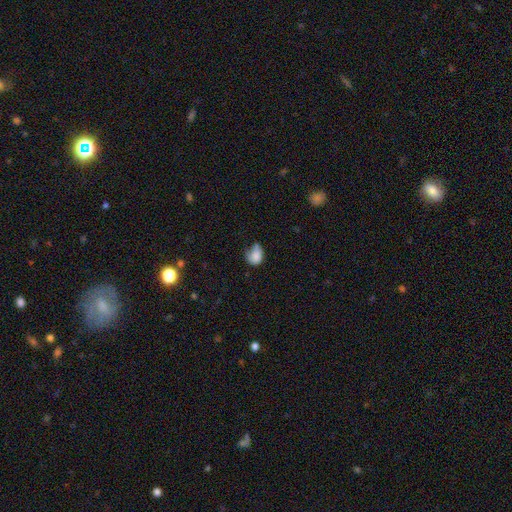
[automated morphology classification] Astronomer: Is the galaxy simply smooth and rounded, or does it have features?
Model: smooth — 77%.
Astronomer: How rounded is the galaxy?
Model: in between — 55% (runner-up: round, 43%).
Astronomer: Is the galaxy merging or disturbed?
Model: minor disturbance — 40% (runner-up: none, 31%).